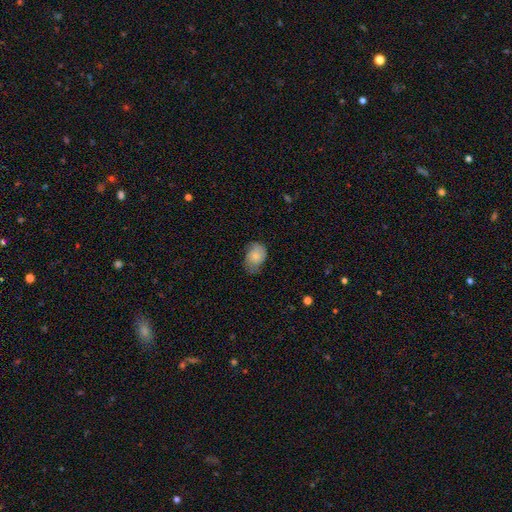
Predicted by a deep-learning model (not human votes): Smooth or featured? smooth (69%)
How rounded? in between (72%)
Merging? none (51%)